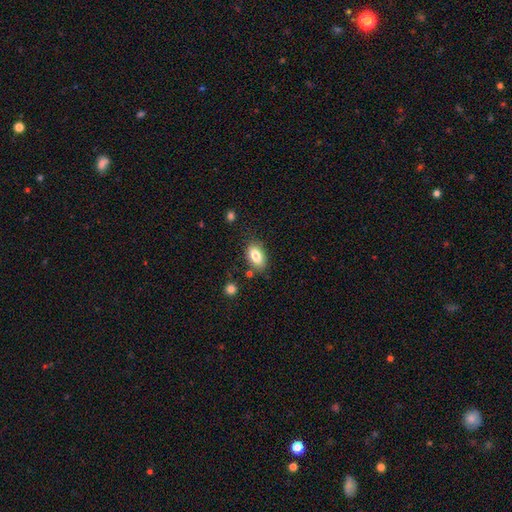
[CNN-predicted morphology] smooth_or_featured: smooth (p=0.83) [alt: featured or disk p=0.09]
how_rounded: in between (p=0.91) [alt: round p=0.06]
merging: none (p=0.78) [alt: minor disturbance p=0.15]